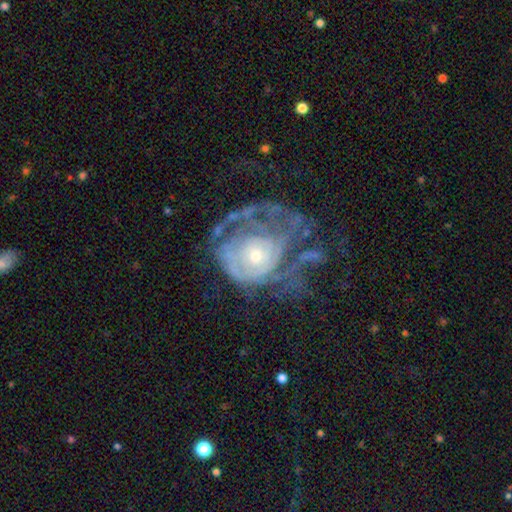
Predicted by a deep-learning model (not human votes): Smooth or featured?
  - featured or disk: 77% *
  - smooth: 14%
  - star or artifact: 9%
Edge-on disk?
  - no: 97% *
  - yes: 3%
Bar?
  - no: 84% *
  - weak: 12%
  - strong: 3%
Spiral arms?
  - yes: 70% *
  - no: 30%
Spiral winding?
  - tight: 60% *
  - medium: 25%
  - loose: 15%
Spiral arm count?
  - can't tell: 50% *
  - 2: 18%
  - 1: 11%
  - 3: 10%
  - 4: 6%
  - more than 4: 5%
Bulge size?
  - small: 55% *
  - moderate: 39%
  - large: 4%
  - none: 2%
  - dominant: 1%
Merging?
  - major disturbance: 46% *
  - none: 31%
  - minor disturbance: 18%
  - merger: 5%